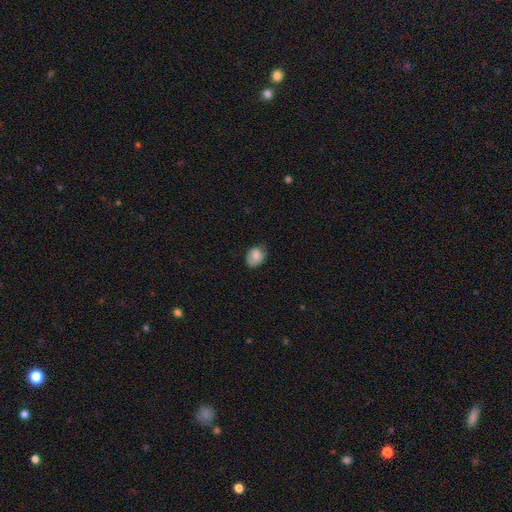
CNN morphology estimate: Q: Smooth or featured?
A: smooth (78%); runner-up: featured or disk (14%)
Q: How rounded?
A: in between (61%); runner-up: round (38%)
Q: Merging?
A: none (62%); runner-up: minor disturbance (29%)